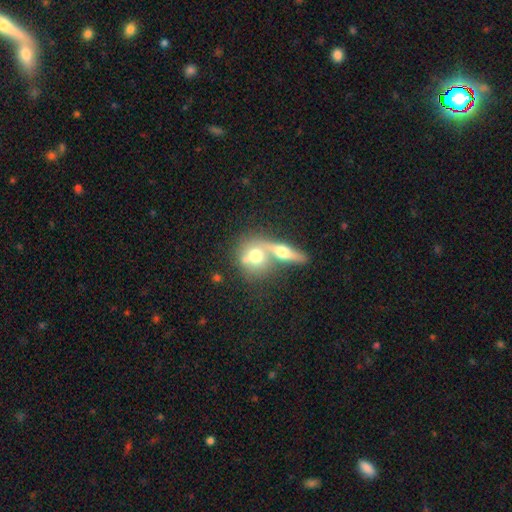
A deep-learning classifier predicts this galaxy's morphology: Overall: smooth (57%; featured or disk 35%). How rounded: round (65%; in between 28%). Merging: merger (58%; none 29%).